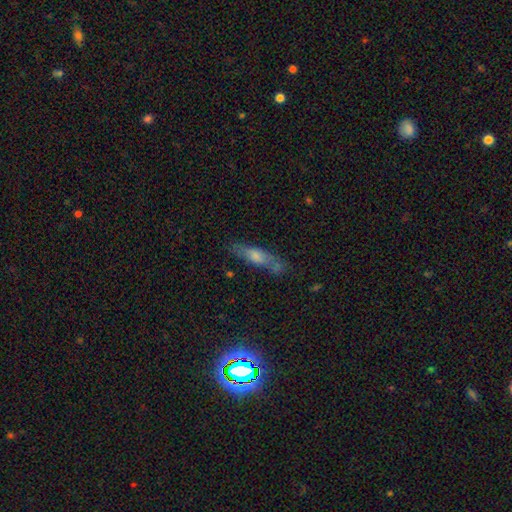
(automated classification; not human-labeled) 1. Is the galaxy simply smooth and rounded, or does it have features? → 53% smooth, 37% featured or disk, 11% star or artifact.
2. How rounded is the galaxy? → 71% cigar-shaped, 26% in between, 3% round.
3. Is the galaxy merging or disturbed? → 67% none, 20% minor disturbance, 7% merger, 7% major disturbance.